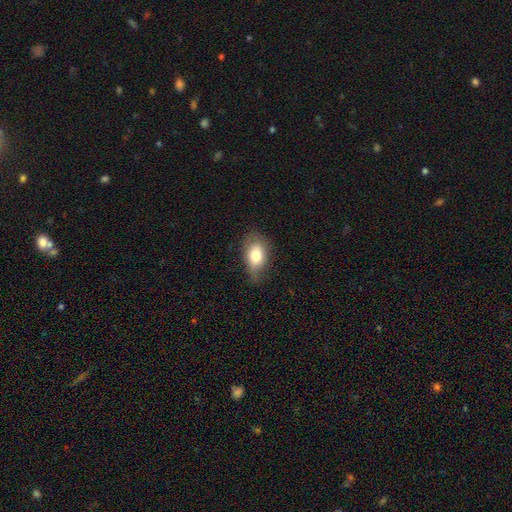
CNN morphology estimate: Smooth or featured?
  - smooth: 76% *
  - featured or disk: 16%
  - star or artifact: 8%
How rounded?
  - in between: 87% *
  - round: 10%
  - cigar-shaped: 2%
Merging?
  - none: 59% *
  - minor disturbance: 31%
  - major disturbance: 8%
  - merger: 1%